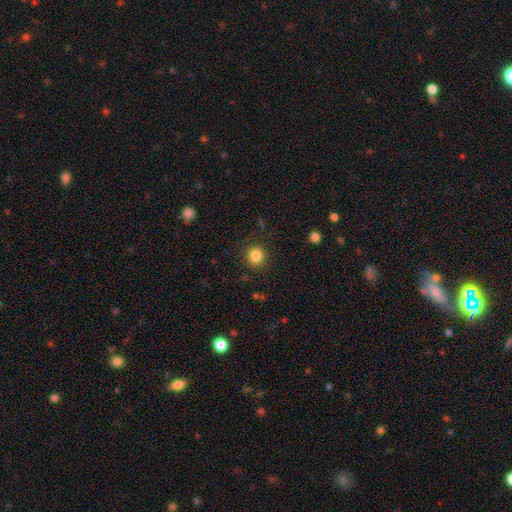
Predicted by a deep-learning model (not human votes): Smooth or featured?
  - smooth: 84% *
  - star or artifact: 11%
  - featured or disk: 5%
How rounded?
  - round: 91% *
  - in between: 8%
  - cigar-shaped: 1%
Merging?
  - none: 89% *
  - minor disturbance: 7%
  - major disturbance: 3%
  - merger: 1%